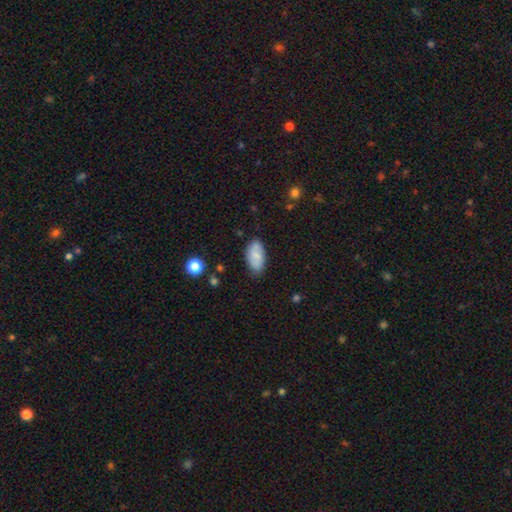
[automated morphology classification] smooth_or_featured: smooth (p=0.72) [alt: featured or disk p=0.21]
how_rounded: in between (p=0.94) [alt: round p=0.03]
merging: none (p=0.74) [alt: minor disturbance p=0.20]